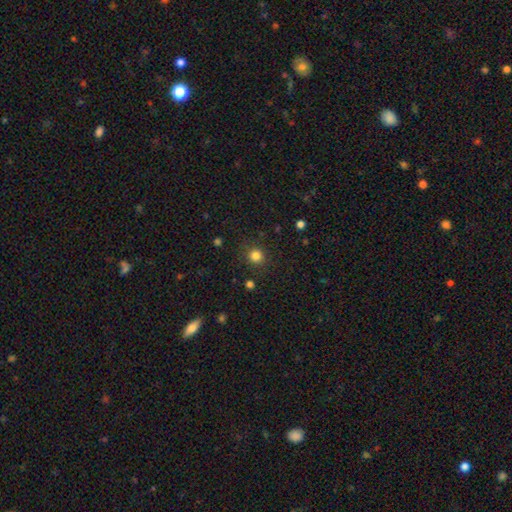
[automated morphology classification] smooth_or_featured: smooth (p=0.82) [alt: star or artifact p=0.13]
how_rounded: round (p=0.91) [alt: in between p=0.08]
merging: none (p=0.88) [alt: minor disturbance p=0.08]